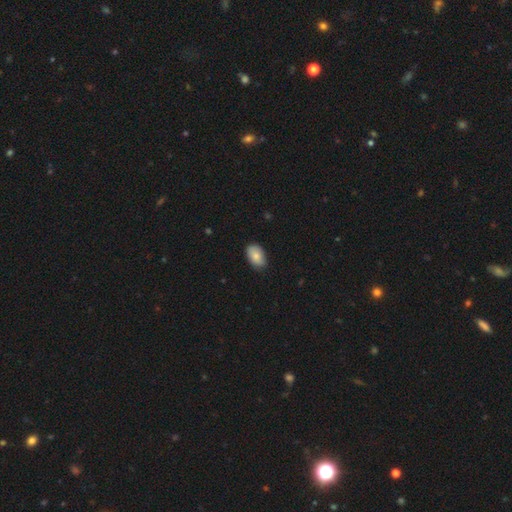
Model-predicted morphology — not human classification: smooth 82%, featured or disk 12%, star or artifact 7%. Down the decision tree: how rounded — in between (91%); merging — none (77%).